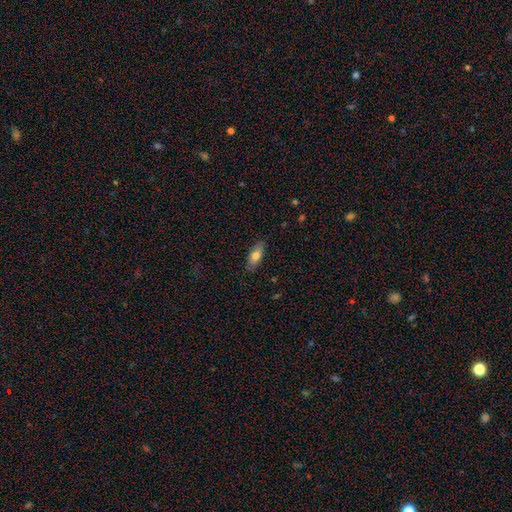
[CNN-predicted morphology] Smooth or featured? smooth (74%)
How rounded? in between (78%)
Merging? none (84%)